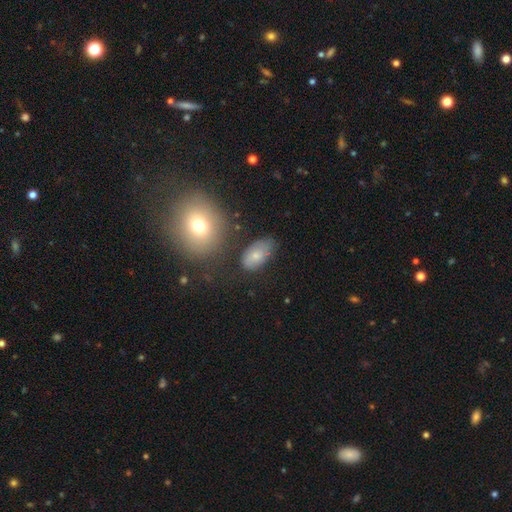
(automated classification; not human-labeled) smooth-or-featured: smooth: 72% | featured or disk: 18% | star or artifact: 9%
  how-rounded: in between: 90% | round: 8% | cigar-shaped: 2%
  merging: none: 60% | minor disturbance: 25% | major disturbance: 9% | merger: 7%